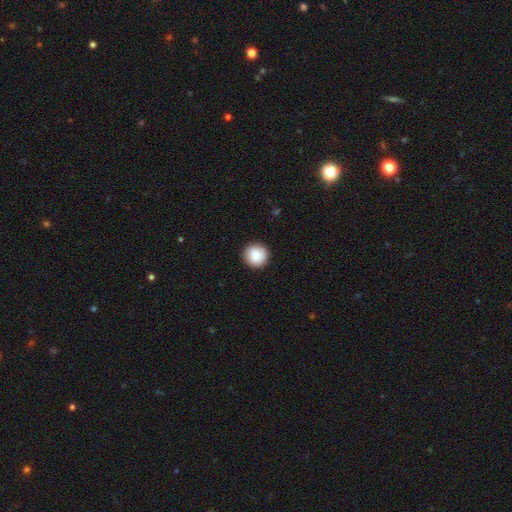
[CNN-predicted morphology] Smooth or featured? Predicted: smooth (p=0.86). How rounded? Predicted: round (p=0.95). Merging? Predicted: none (p=0.91).